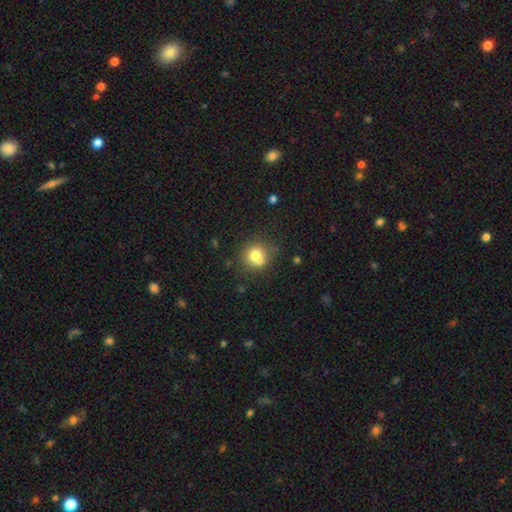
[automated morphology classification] The model was most divided on "merging": none: 55%, merger: 23%, minor disturbance: 16%, major disturbance: 6%. More confident: how rounded — round (84%); smooth or featured — smooth (74%).